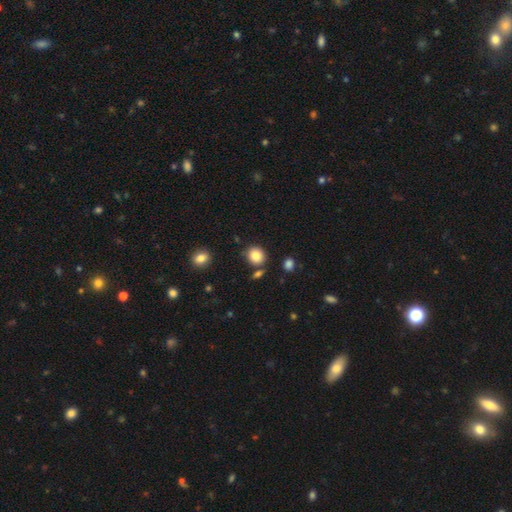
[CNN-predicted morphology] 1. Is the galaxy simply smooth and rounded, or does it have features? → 84% smooth, 10% star or artifact, 6% featured or disk.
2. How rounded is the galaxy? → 78% round, 21% in between, 1% cigar-shaped.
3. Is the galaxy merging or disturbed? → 79% none, 10% minor disturbance, 8% merger, 3% major disturbance.